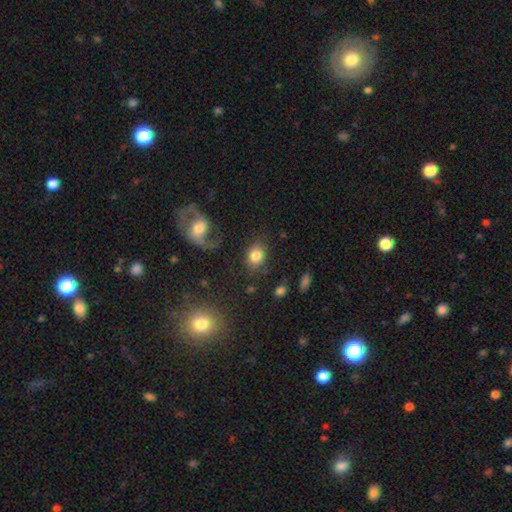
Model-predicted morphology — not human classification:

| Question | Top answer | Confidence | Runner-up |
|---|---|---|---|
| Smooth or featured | smooth | 78% | featured or disk (13%) |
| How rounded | in between | 52% | round (47%) |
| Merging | none | 72% | minor disturbance (15%) |